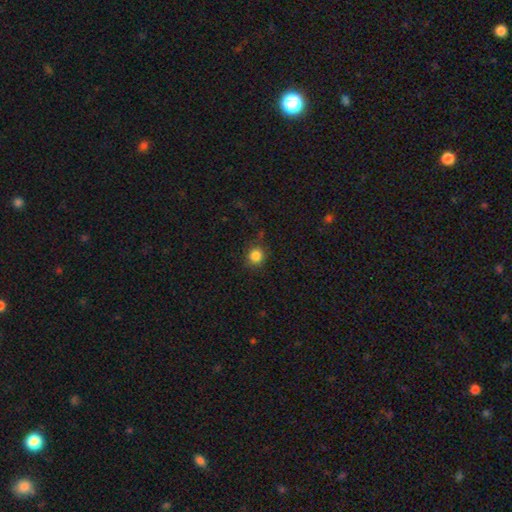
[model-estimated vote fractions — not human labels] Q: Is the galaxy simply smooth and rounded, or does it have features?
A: smooth — 84%.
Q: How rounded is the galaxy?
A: round — 91%.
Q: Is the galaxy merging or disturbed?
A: none — 83%.